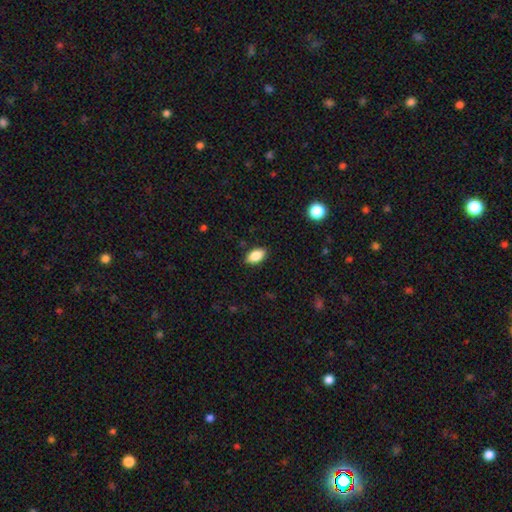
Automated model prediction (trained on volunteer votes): Smooth or featured?
  - smooth: 86% *
  - star or artifact: 8%
  - featured or disk: 6%
How rounded?
  - in between: 92% *
  - round: 5%
  - cigar-shaped: 3%
Merging?
  - none: 88% *
  - minor disturbance: 9%
  - major disturbance: 2%
  - merger: 1%